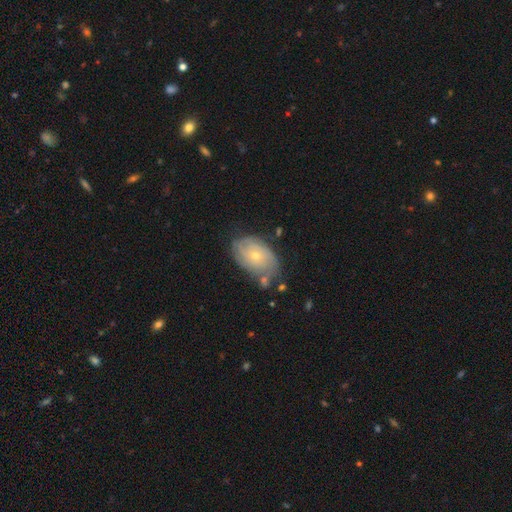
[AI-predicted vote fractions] Smooth or featured? Predicted: featured or disk (p=0.60). Edge-on disk? Predicted: no (p=0.95). Bar? Predicted: no (p=0.85). Spiral arms? Predicted: yes (p=0.76). Bulge size? Predicted: small (p=0.67). Merging? Predicted: none (p=0.63).